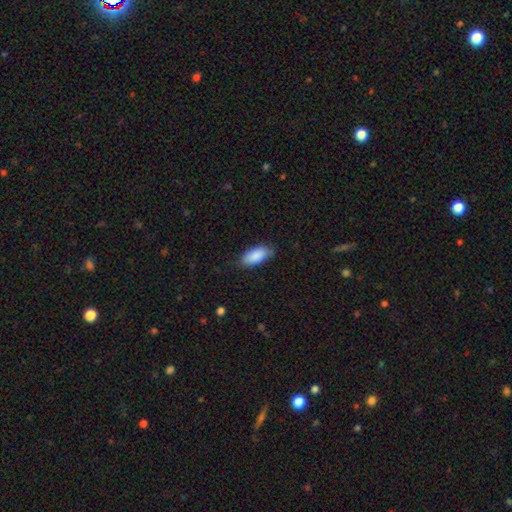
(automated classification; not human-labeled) smooth-or-featured: smooth: 89% | star or artifact: 6% | featured or disk: 5%
  how-rounded: in between: 90% | cigar-shaped: 8% | round: 2%
  merging: none: 80% | minor disturbance: 16% | major disturbance: 3% | merger: 1%